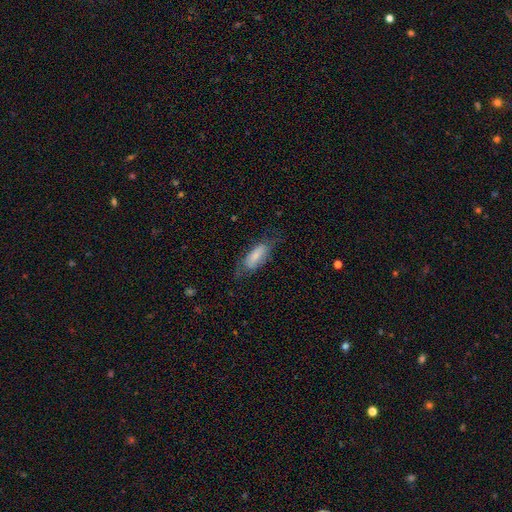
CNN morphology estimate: A smooth galaxy with no disk features (67%) that is in between round and cigar-shaped (76%). Merging: none (58%).